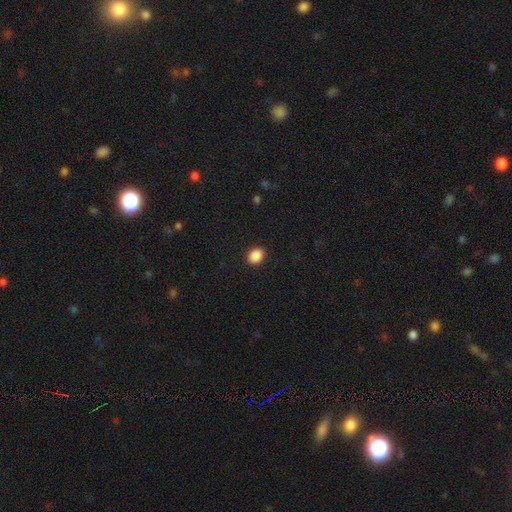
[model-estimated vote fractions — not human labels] smooth_or_featured: smooth (p=0.89) [alt: star or artifact p=0.08]
how_rounded: in between (p=0.63) [alt: round p=0.36]
merging: none (p=0.91) [alt: minor disturbance p=0.06]